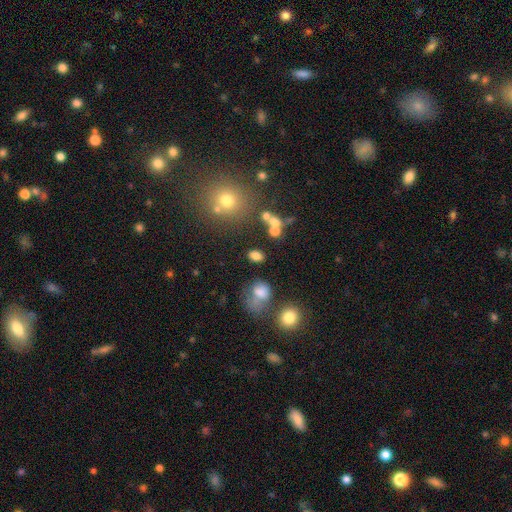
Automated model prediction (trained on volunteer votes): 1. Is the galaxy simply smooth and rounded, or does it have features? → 74% smooth, 15% star or artifact, 11% featured or disk.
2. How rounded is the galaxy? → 73% in between, 24% round, 3% cigar-shaped.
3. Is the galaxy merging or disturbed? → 62% none, 18% merger, 14% minor disturbance, 7% major disturbance.